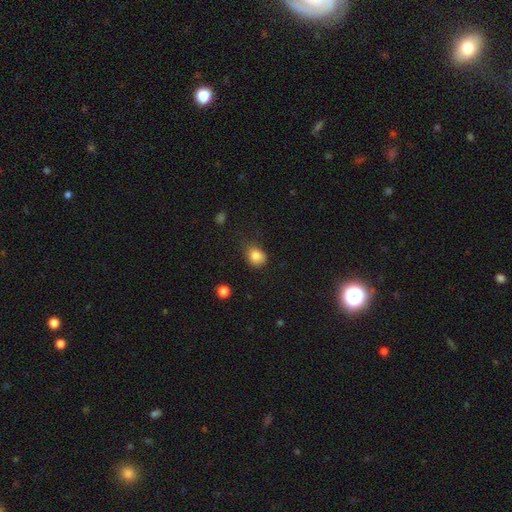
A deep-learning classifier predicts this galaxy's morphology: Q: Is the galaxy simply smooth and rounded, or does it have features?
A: smooth — 83%.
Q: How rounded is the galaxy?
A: round — 51%.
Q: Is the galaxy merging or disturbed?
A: none — 59%.